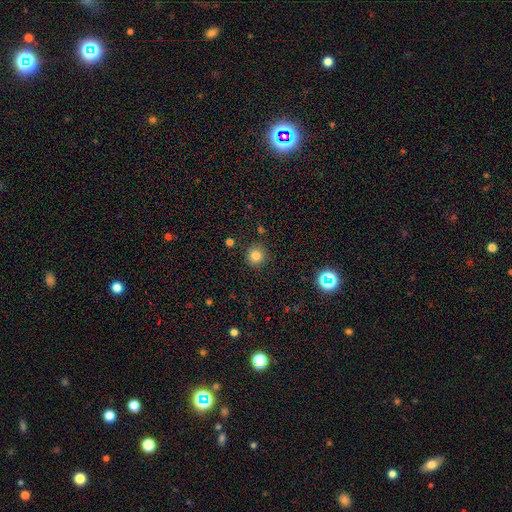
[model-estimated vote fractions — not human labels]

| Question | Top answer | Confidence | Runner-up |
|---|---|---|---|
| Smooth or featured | smooth | 82% | star or artifact (13%) |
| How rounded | round | 93% | in between (6%) |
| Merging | none | 88% | minor disturbance (7%) |